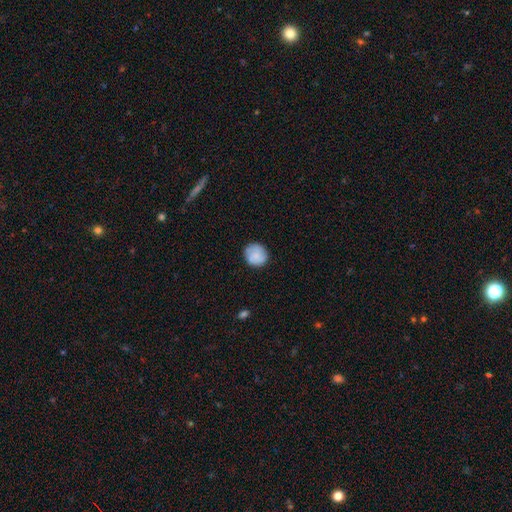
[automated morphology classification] A smooth galaxy with no disk features (83%) that is round (88%). Merging: none (84%).